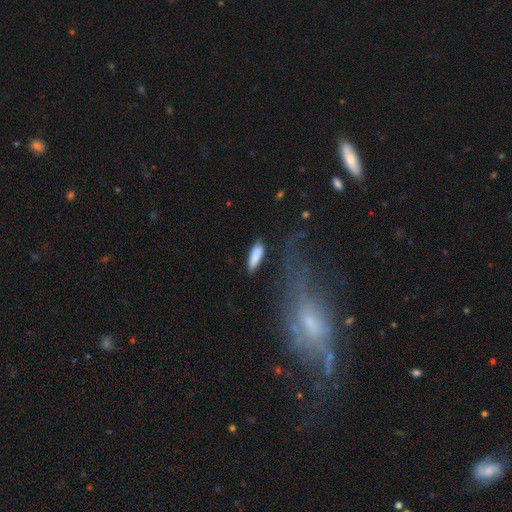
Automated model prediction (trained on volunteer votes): A smooth galaxy with no disk features (85%) that is in between round and cigar-shaped (50%).

Vote fractions:
- Smooth or featured? smooth: 85% / featured or disk: 8% / star or artifact: 7%
- How rounded? in between: 50% / cigar-shaped: 48% / round: 2%
- Merging? none: 69% / minor disturbance: 20% / major disturbance: 7% / merger: 4%